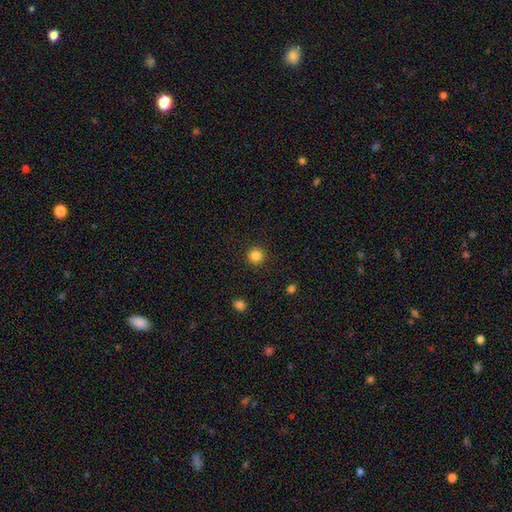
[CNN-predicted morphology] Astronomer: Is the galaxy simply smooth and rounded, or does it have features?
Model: smooth — 85%.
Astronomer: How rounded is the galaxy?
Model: round — 95%.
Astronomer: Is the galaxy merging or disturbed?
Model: none — 92%.